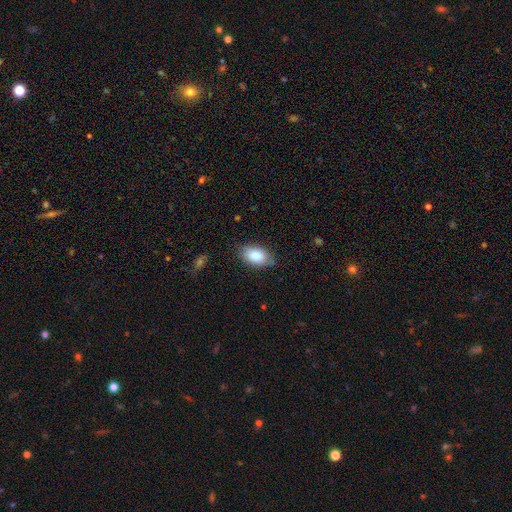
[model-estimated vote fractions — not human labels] Smooth or featured: smooth — 85% (featured or disk — 8%)
How rounded: in between — 92% (round — 6%)
Merging: none — 76% (minor disturbance — 19%)